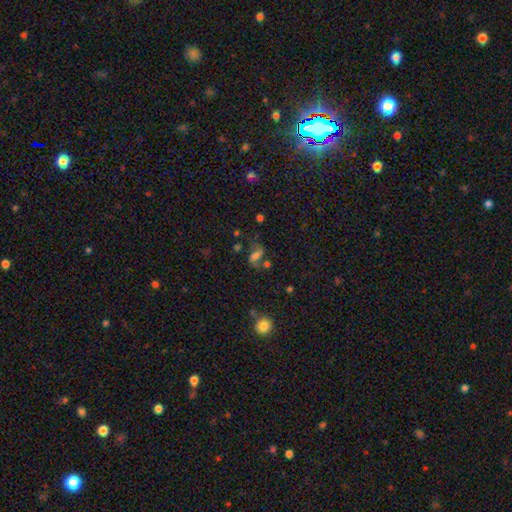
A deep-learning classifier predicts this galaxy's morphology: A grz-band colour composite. It shows a featured or disk galaxy (42%). Merging: none (47%).